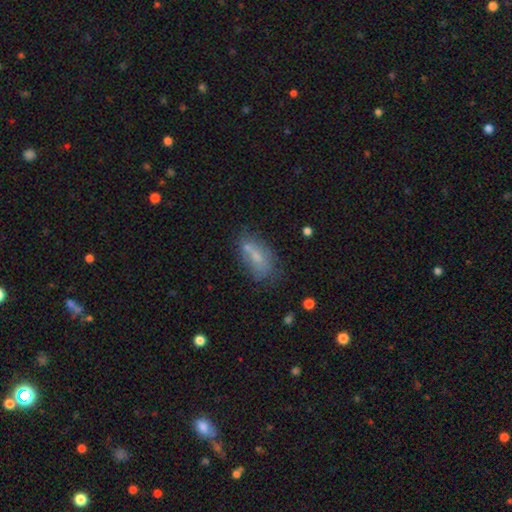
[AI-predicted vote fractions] This is likely a smooth galaxy (63%). How rounded: clearly in between (80%). Merging: possibly none (51%).